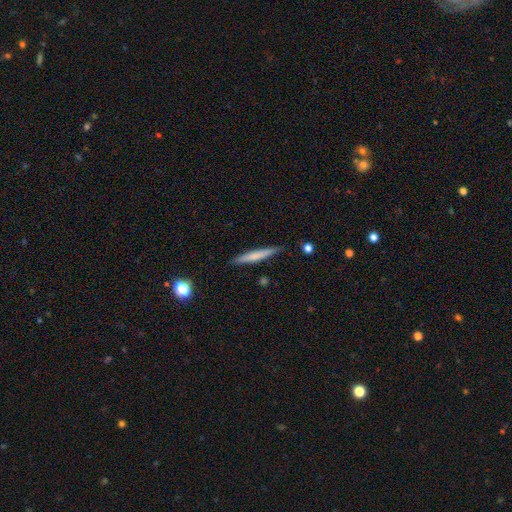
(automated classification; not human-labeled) Morphology: type=smooth (65%); roundness=cigar-shaped (95%); merging=none (86%).